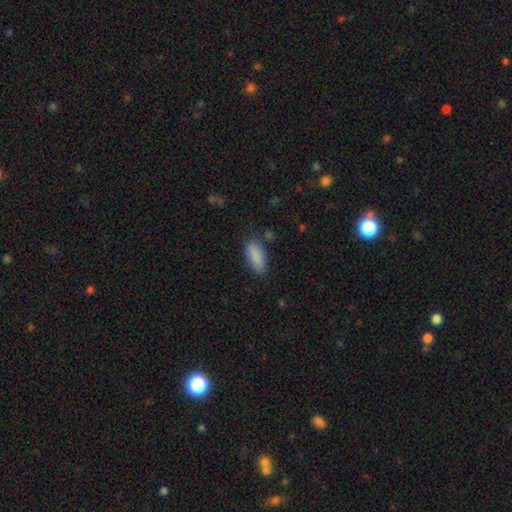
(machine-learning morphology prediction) smooth_or_featured: smooth (p=0.88) [alt: star or artifact p=0.07]
how_rounded: in between (p=0.83) [alt: cigar-shaped p=0.15]
merging: none (p=0.79) [alt: minor disturbance p=0.15]